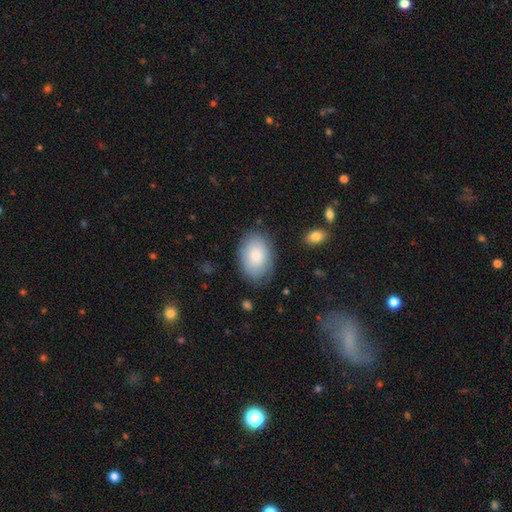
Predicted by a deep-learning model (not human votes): Smooth or featured?
  - smooth: 80% *
  - featured or disk: 13%
  - star or artifact: 6%
How rounded?
  - in between: 86% *
  - round: 13%
  - cigar-shaped: 1%
Merging?
  - none: 77% *
  - minor disturbance: 17%
  - major disturbance: 5%
  - merger: 2%